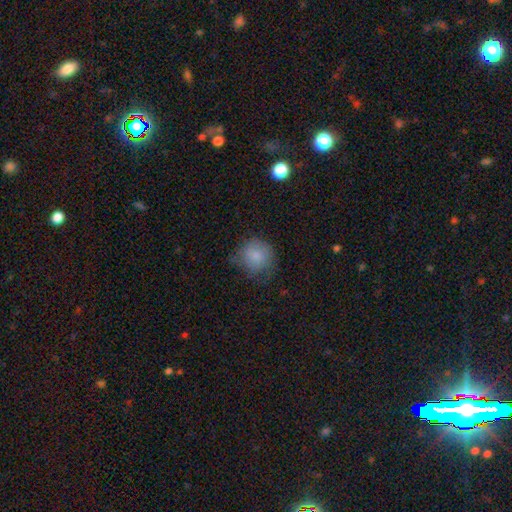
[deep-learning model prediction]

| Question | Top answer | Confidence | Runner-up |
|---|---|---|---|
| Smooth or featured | smooth | 81% | featured or disk (10%) |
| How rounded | round | 87% | in between (12%) |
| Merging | none | 58% | minor disturbance (29%) |